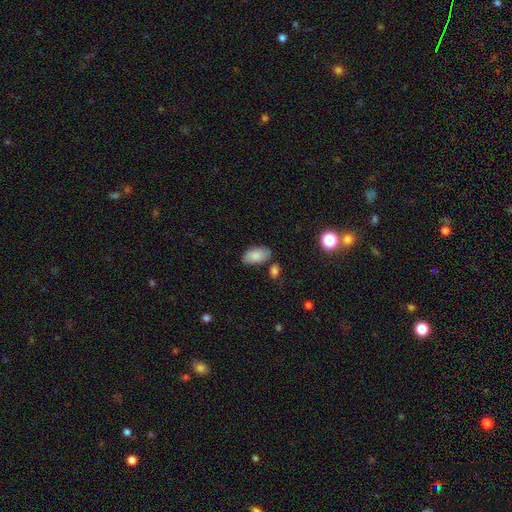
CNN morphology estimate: Q: Smooth or featured?
A: smooth (84%); runner-up: featured or disk (9%)
Q: How rounded?
A: in between (94%); runner-up: round (4%)
Q: Merging?
A: none (73%); runner-up: minor disturbance (17%)